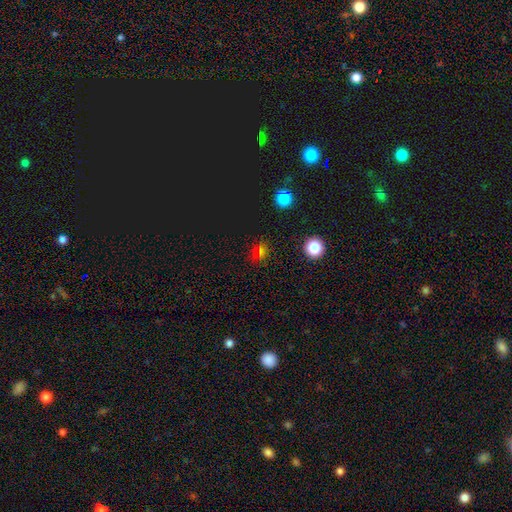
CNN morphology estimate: Smooth or featured: smooth — 47% (star or artifact — 46%)
Merging: none — 82% (minor disturbance — 11%)